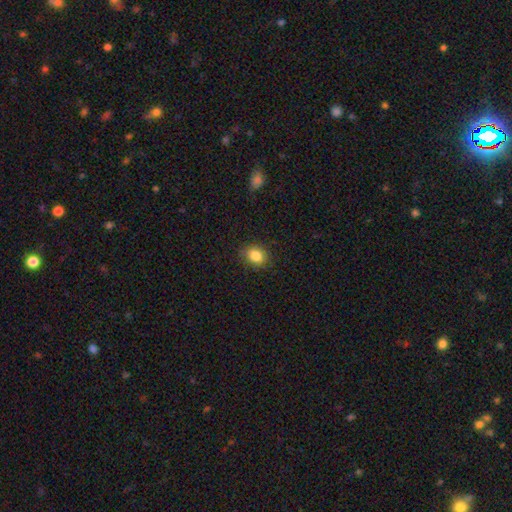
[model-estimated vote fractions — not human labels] smooth 84%, star or artifact 10%, featured or disk 6%. Down the decision tree: how rounded — round (53%); merging — none (86%).